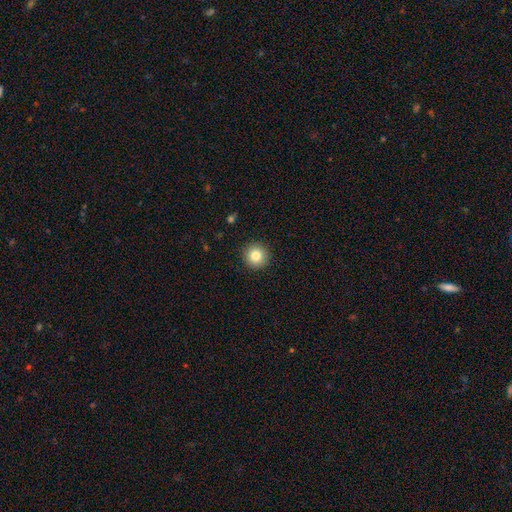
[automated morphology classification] type=smooth (82%); roundness=round (96%); merging=none (92%).